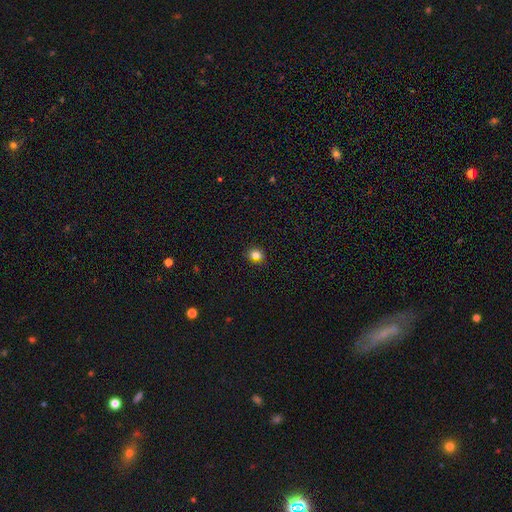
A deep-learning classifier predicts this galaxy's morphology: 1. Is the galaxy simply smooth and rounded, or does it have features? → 76% smooth, 18% star or artifact, 6% featured or disk.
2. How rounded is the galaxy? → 56% round, 43% in between, 2% cigar-shaped.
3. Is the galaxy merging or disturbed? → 83% none, 12% minor disturbance, 3% merger, 3% major disturbance.